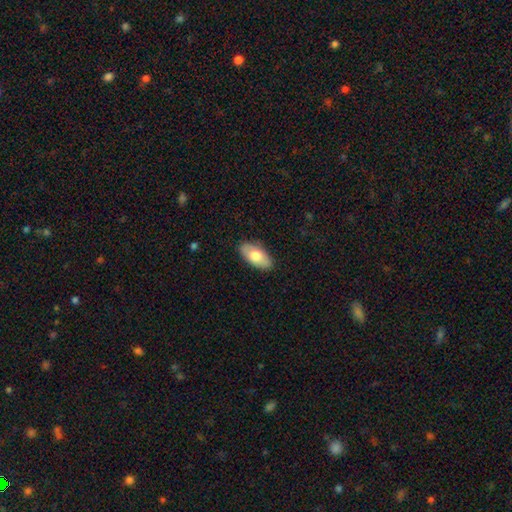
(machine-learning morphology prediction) Smooth or featured?
  - smooth: 71% *
  - featured or disk: 23%
  - star or artifact: 6%
How rounded?
  - in between: 93% *
  - cigar-shaped: 4%
  - round: 3%
Merging?
  - none: 86% *
  - minor disturbance: 11%
  - major disturbance: 2%
  - merger: 1%